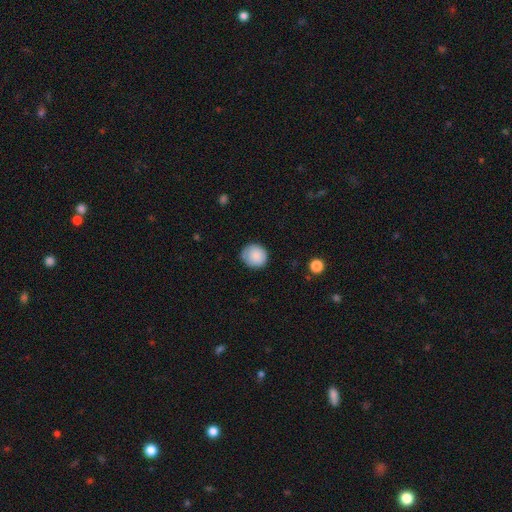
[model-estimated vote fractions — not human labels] Smooth or featured? smooth (86%)
How rounded? round (88%)
Merging? none (81%)